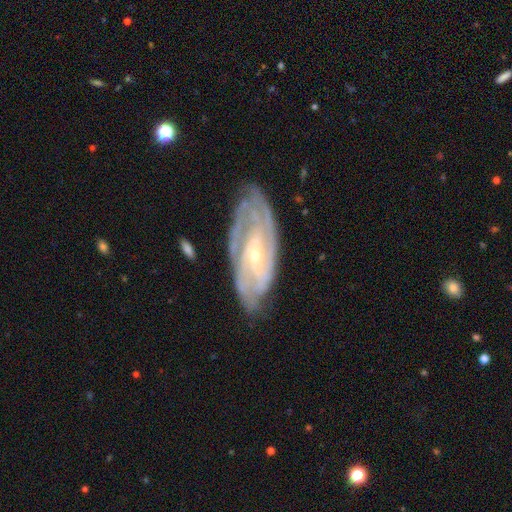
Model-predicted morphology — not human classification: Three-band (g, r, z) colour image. It shows a featured or disk galaxy (87%) with no bar (39%, tied with weak), tight (67%) spiral arms (96%) and a small central bulge (76%). Merging: none (74%).